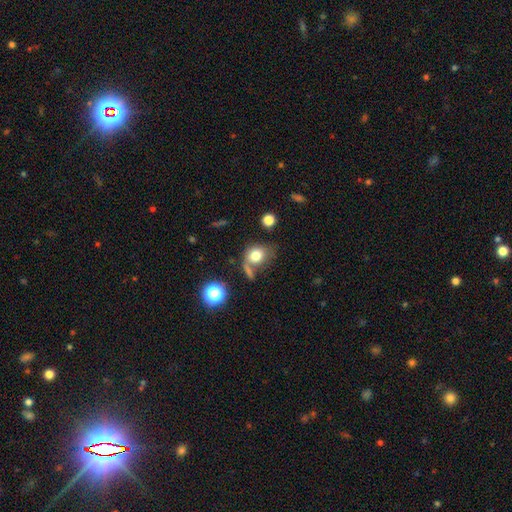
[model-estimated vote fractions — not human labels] smooth 77%, featured or disk 12%, star or artifact 11%. Down the decision tree: how rounded — round (53%); merging — none (46%).